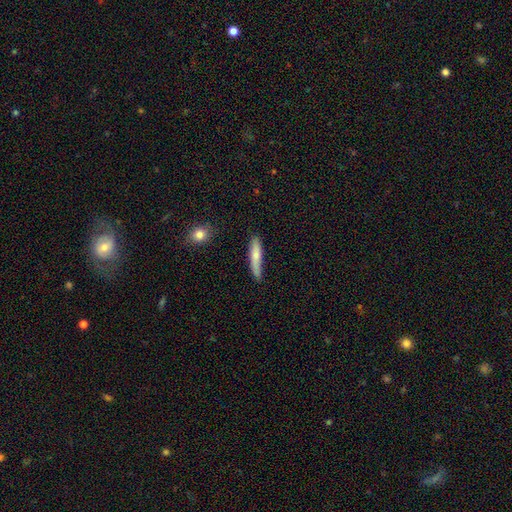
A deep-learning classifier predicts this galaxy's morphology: Q: Smooth or featured?
A: smooth (71%); runner-up: featured or disk (23%)
Q: How rounded?
A: cigar-shaped (82%); runner-up: in between (16%)
Q: Merging?
A: none (69%); runner-up: minor disturbance (24%)